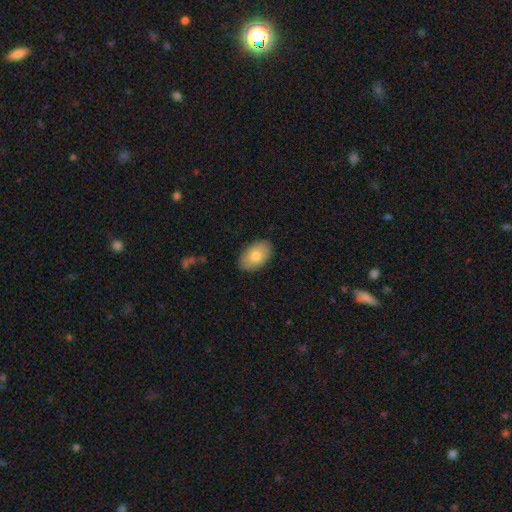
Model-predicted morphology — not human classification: The model was most divided on "smooth or featured": smooth: 77%, featured or disk: 17%, star or artifact: 6%. More confident: how rounded — in between (91%); merging — none (87%).